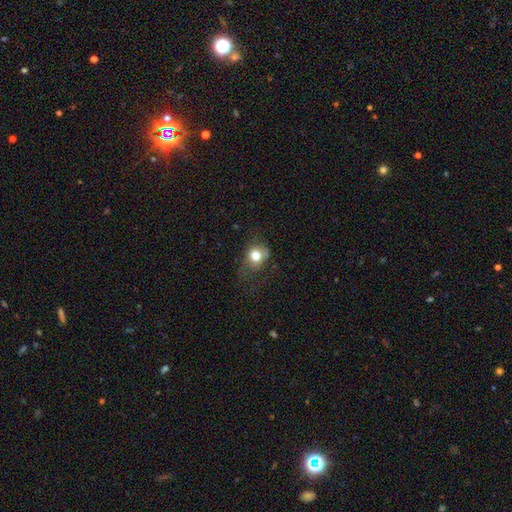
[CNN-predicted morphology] type=smooth (76%); roundness=round (59%); merging=none (52%).